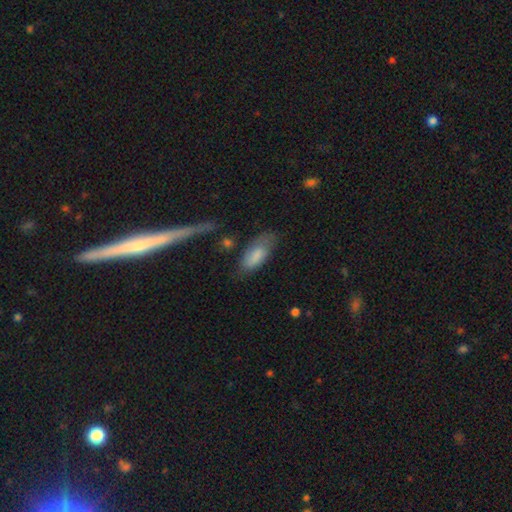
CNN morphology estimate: The model was most divided on "merging": none: 59%, minor disturbance: 26%, major disturbance: 10%, merger: 4%. More confident: how rounded — in between (83%); smooth or featured — smooth (79%).